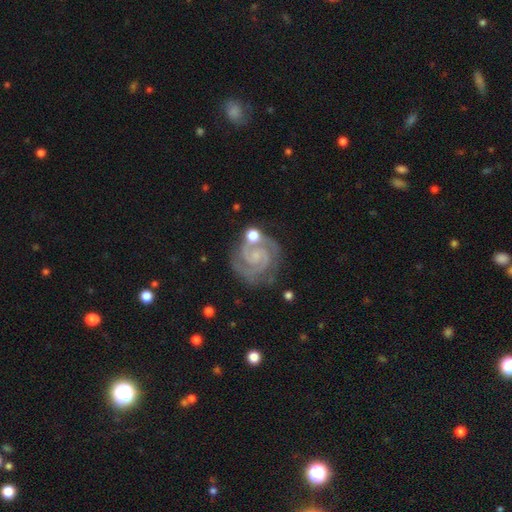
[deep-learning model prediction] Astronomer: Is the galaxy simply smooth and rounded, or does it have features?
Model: featured or disk — 91%.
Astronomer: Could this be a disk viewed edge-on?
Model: no — 98%.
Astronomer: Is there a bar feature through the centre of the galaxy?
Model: no — 60%.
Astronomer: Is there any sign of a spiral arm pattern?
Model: yes — 99%.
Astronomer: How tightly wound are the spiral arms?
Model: tight — 67%.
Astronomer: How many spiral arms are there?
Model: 2 — 79%.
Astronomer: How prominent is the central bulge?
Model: small — 65%.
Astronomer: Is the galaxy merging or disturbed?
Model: none — 72%.